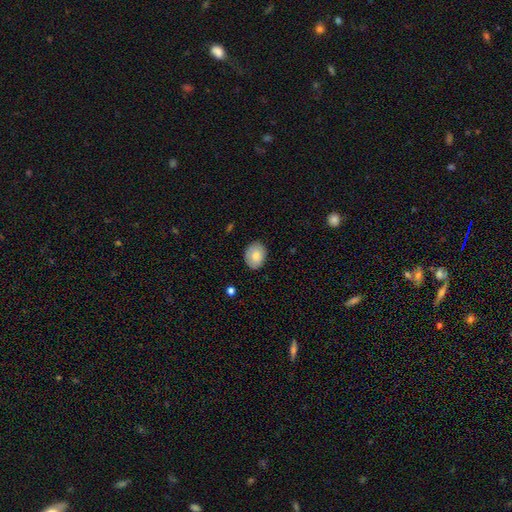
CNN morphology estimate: Smooth or featured: smooth — 79% (featured or disk — 14%)
How rounded: in between — 62% (round — 37%)
Merging: none — 84% (minor disturbance — 12%)